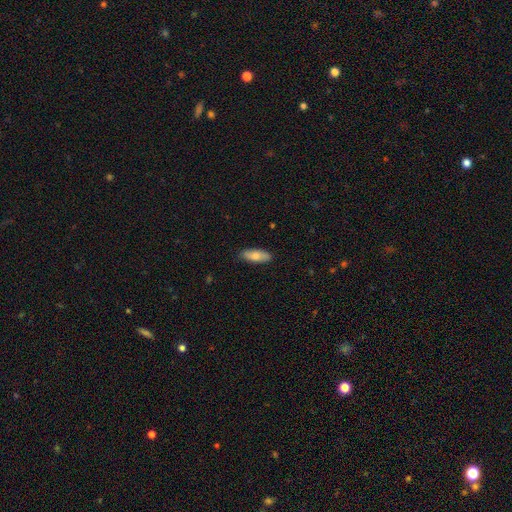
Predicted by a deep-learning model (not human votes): This is likely a smooth galaxy (77%). How rounded: likely in between (73%). Merging: clearly none (85%).